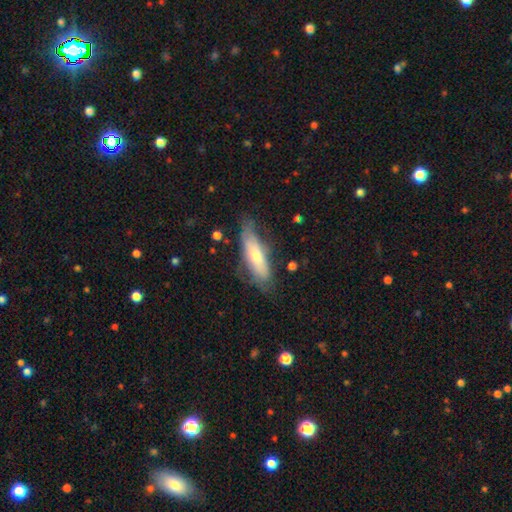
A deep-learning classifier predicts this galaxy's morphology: This appears to be a smooth galaxy with no disk features (55%) that is cigar-shaped (50%). Merging: none (62%).